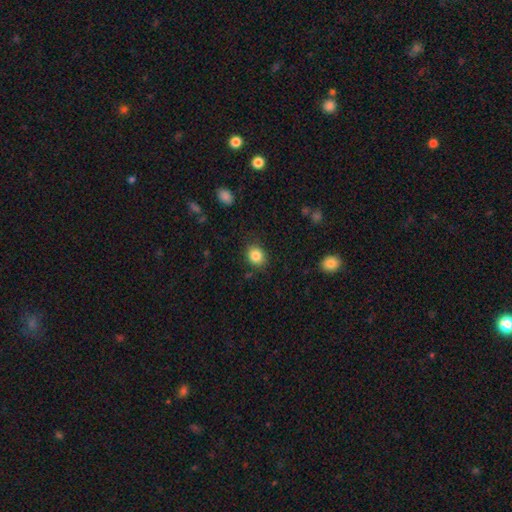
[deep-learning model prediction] Overall: smooth (85%). How rounded: round (65%; in between 34%). Merging: none (85%).